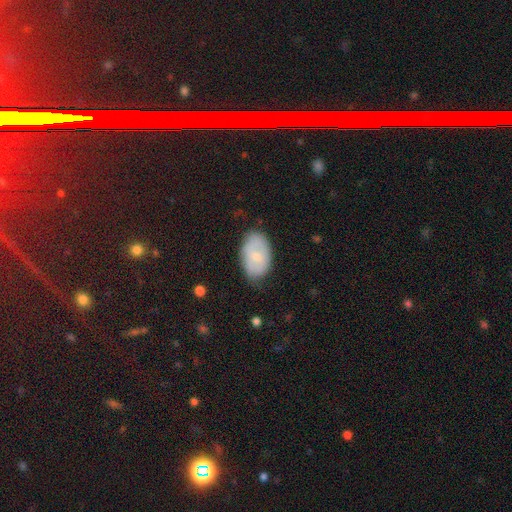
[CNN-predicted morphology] smooth 60%, featured or disk 33%, star or artifact 7%. Down the decision tree: how rounded — in between (90%); merging — none (72%).